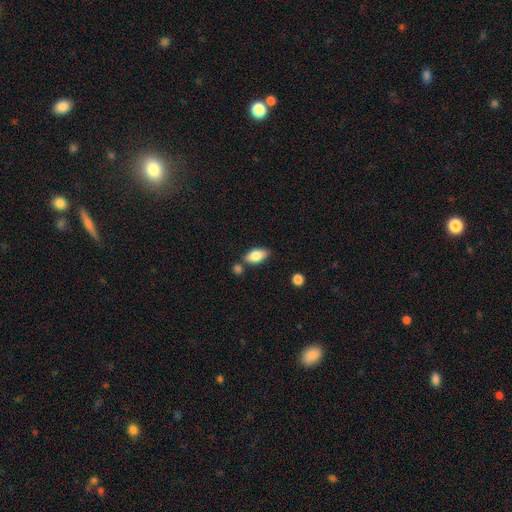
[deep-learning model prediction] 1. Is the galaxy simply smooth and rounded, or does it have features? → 80% smooth, 13% featured or disk, 7% star or artifact.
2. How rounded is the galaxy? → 90% in between, 6% cigar-shaped, 4% round.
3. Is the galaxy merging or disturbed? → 71% none, 14% minor disturbance, 12% merger, 3% major disturbance.